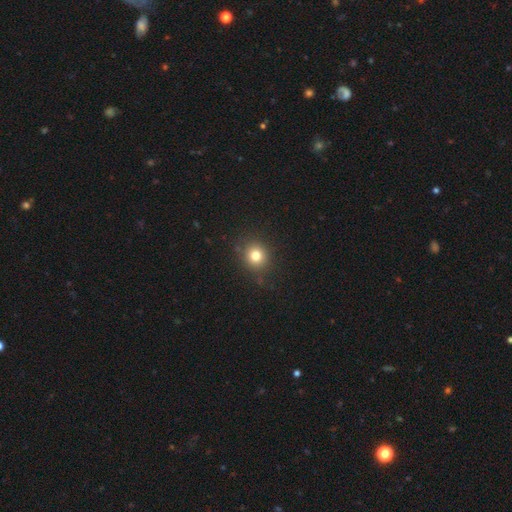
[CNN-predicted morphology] smooth-or-featured: smooth: 80% | star or artifact: 13% | featured or disk: 7%
  how-rounded: round: 86% | in between: 13% | cigar-shaped: 1%
  merging: none: 87% | minor disturbance: 9% | major disturbance: 3% | merger: 1%